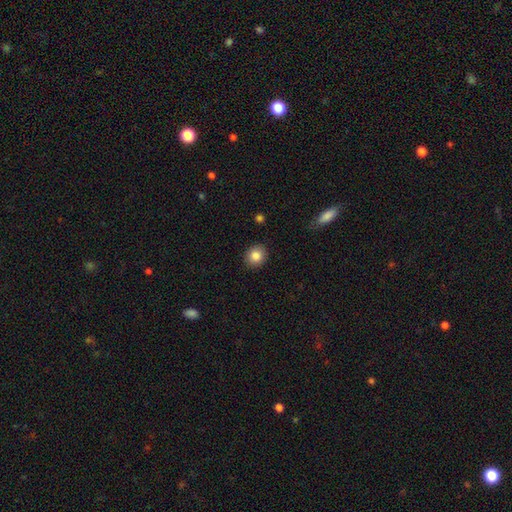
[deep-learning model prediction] Smooth or featured? Predicted: smooth (p=0.84). How rounded? Predicted: round (p=0.77). Merging? Predicted: none (p=0.90).